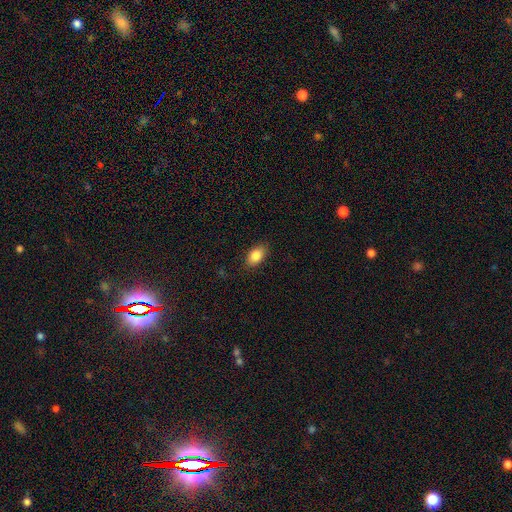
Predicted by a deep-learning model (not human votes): Smooth or featured: smooth — 86% (star or artifact — 8%)
How rounded: in between — 90% (round — 8%)
Merging: none — 86% (minor disturbance — 10%)